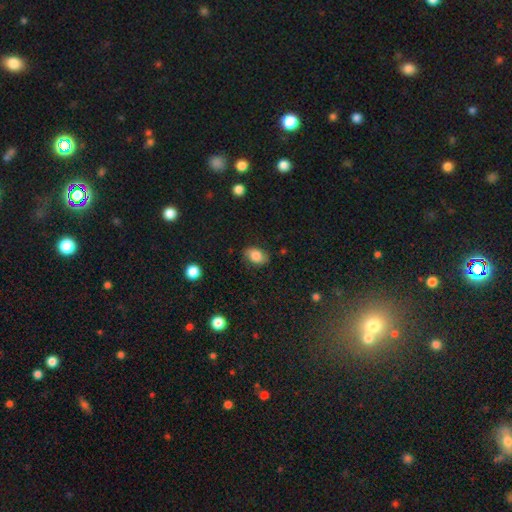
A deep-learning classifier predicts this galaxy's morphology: smooth_or_featured: smooth (p=0.76) [alt: featured or disk p=0.15]
how_rounded: in between (p=0.77) [alt: round p=0.22]
merging: none (p=0.77) [alt: minor disturbance p=0.17]